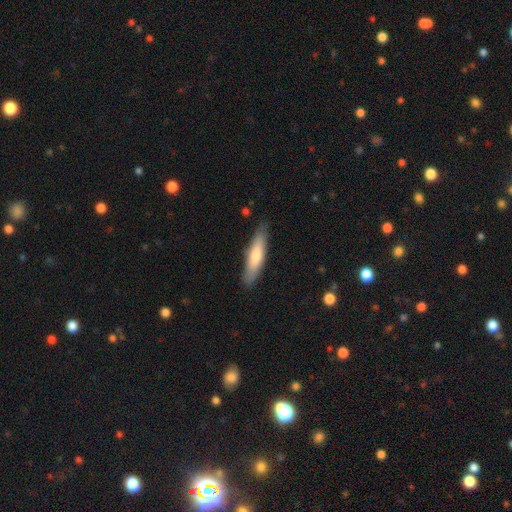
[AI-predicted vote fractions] Overall: smooth (67%; featured or disk 28%). How rounded: cigar-shaped (79%). Merging: none (86%).